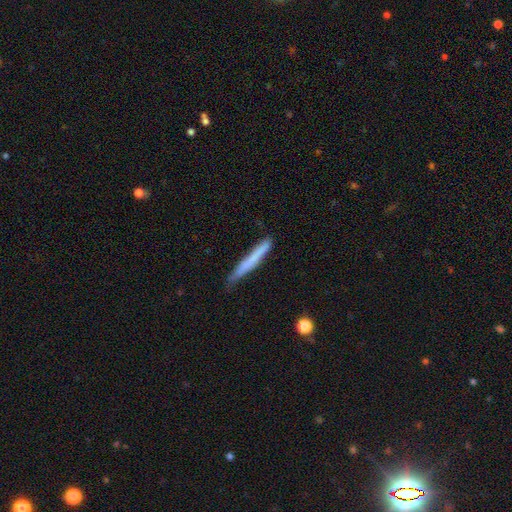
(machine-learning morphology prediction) Q: Smooth or featured?
A: smooth (68%); runner-up: featured or disk (25%)
Q: How rounded?
A: cigar-shaped (96%); runner-up: in between (2%)
Q: Merging?
A: none (75%); runner-up: minor disturbance (20%)